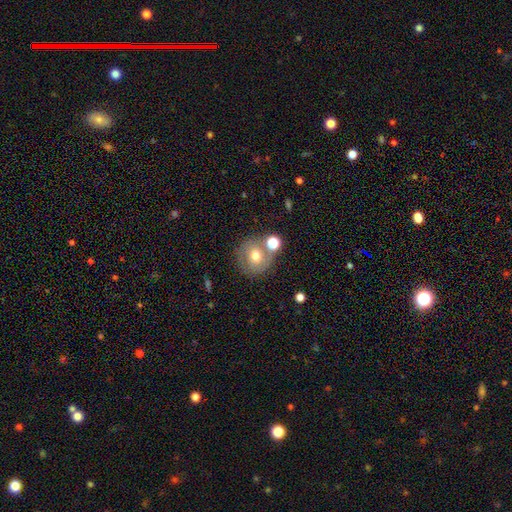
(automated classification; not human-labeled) Smooth or featured? Predicted: smooth (p=0.59). How rounded? Predicted: round (p=0.89). Merging? Predicted: none (p=0.63).